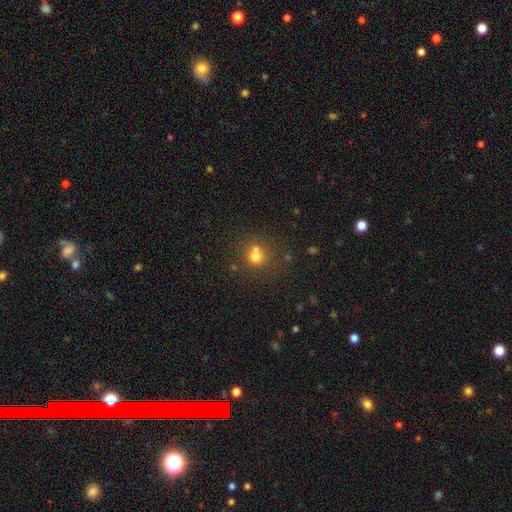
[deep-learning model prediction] The model was most divided on "merging": none: 47%, merger: 39%, minor disturbance: 9%, major disturbance: 4%. More confident: how rounded — round (82%); smooth or featured — smooth (69%).